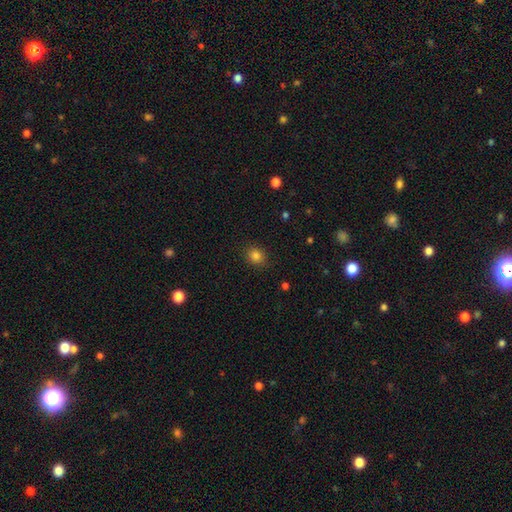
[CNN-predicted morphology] This is clearly a smooth galaxy (83%). How rounded: likely round (71%). Merging: clearly none (88%).